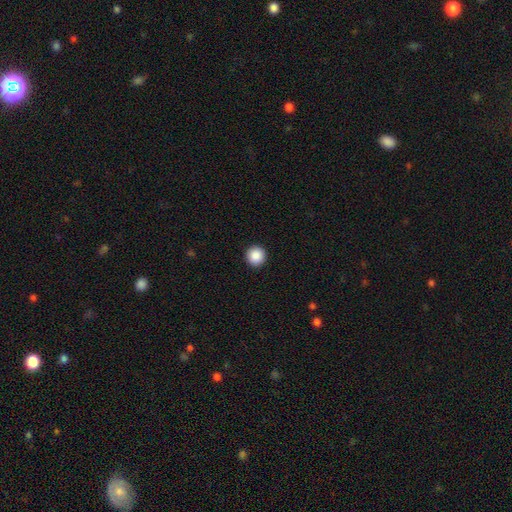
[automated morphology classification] Q: Smooth or featured?
A: smooth (89%); runner-up: star or artifact (9%)
Q: How rounded?
A: round (95%); runner-up: in between (4%)
Q: Merging?
A: none (93%); runner-up: minor disturbance (4%)